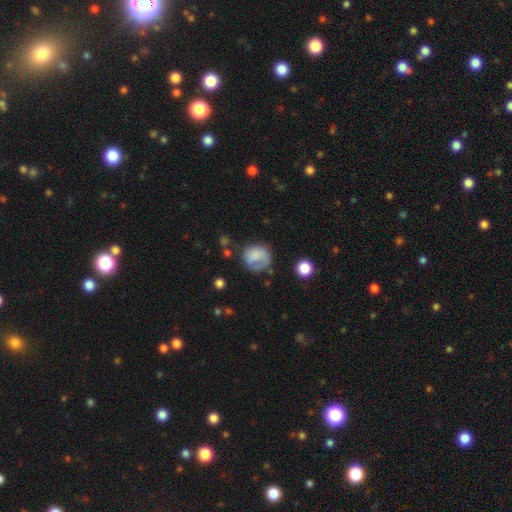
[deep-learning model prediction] The model was most divided on "merging": none: 42%, major disturbance: 30%, minor disturbance: 24%, merger: 5%. More confident: how rounded — round (75%); smooth or featured — smooth (66%).